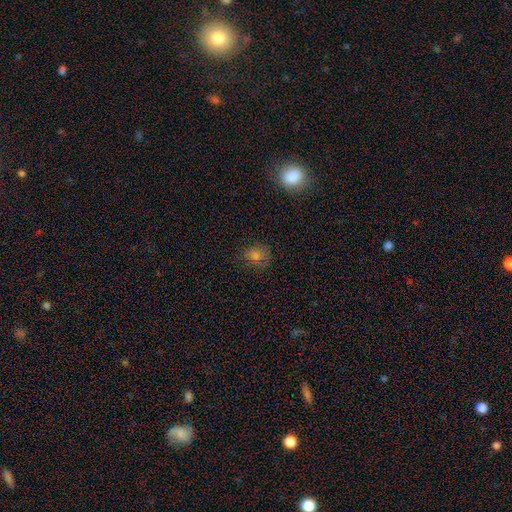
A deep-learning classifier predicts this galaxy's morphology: A smooth galaxy with no disk features (72%) that is round (70%).

Vote fractions:
- Smooth or featured? smooth: 72% / star or artifact: 20% / featured or disk: 9%
- How rounded? round: 70% / in between: 29% / cigar-shaped: 1%
- Merging? none: 74% / minor disturbance: 18% / major disturbance: 6% / merger: 2%